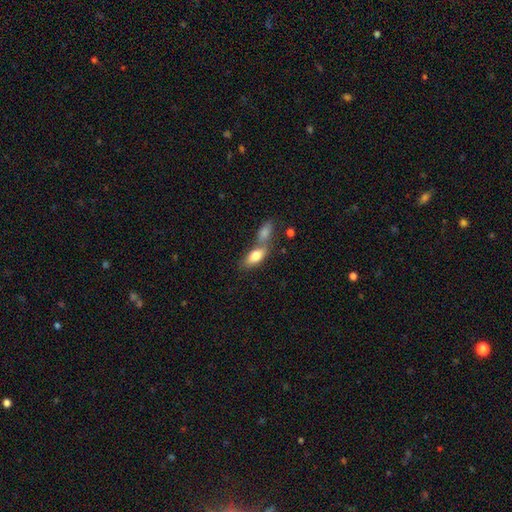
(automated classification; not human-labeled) Smooth or featured? smooth (79%)
How rounded? in between (85%)
Merging? merger (52%)